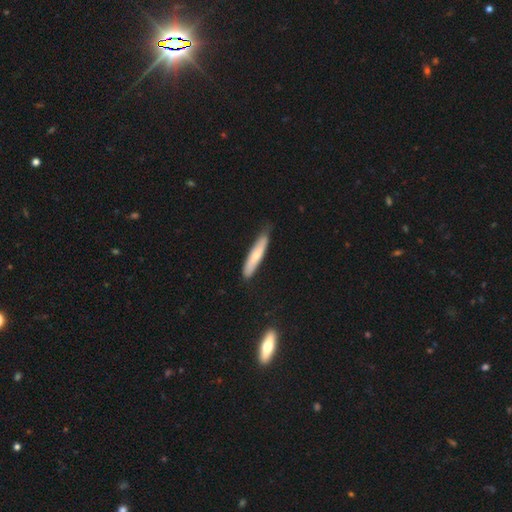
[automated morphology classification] type=smooth (65%); roundness=cigar-shaped (88%); merging=none (75%).